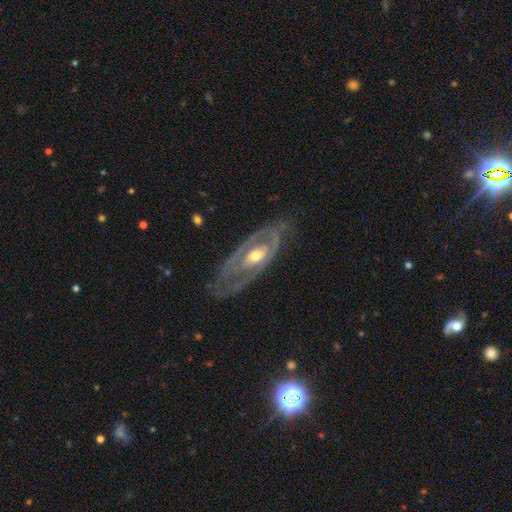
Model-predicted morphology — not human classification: The model was most divided on "spiral arms": yes: 62%, no: 38%. More confident: edge-on disk — no (89%); smooth or featured — featured or disk (80%); merging — none (68%); bar — no (67%); bulge size — moderate (65%).